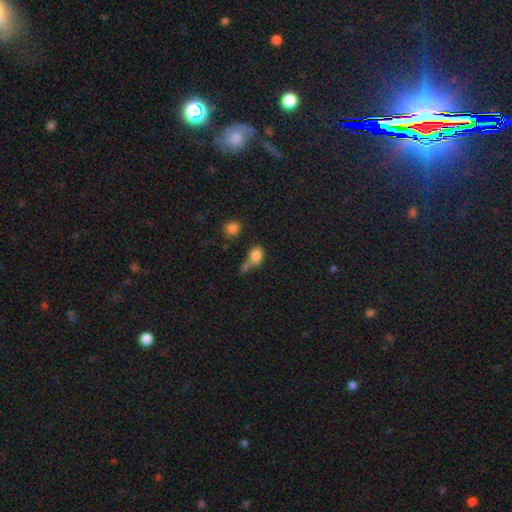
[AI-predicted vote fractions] The model was most divided on "merging": merger: 40%, none: 36%, minor disturbance: 15%, major disturbance: 9%. More confident: smooth or featured — smooth (82%); how rounded — in between (65%).